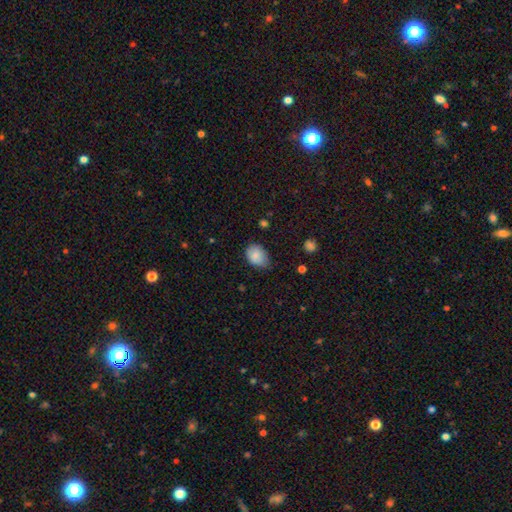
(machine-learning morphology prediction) Overall: smooth (83%). How rounded: in between (69%; round 30%). Merging: none (60%; minor disturbance 33%).